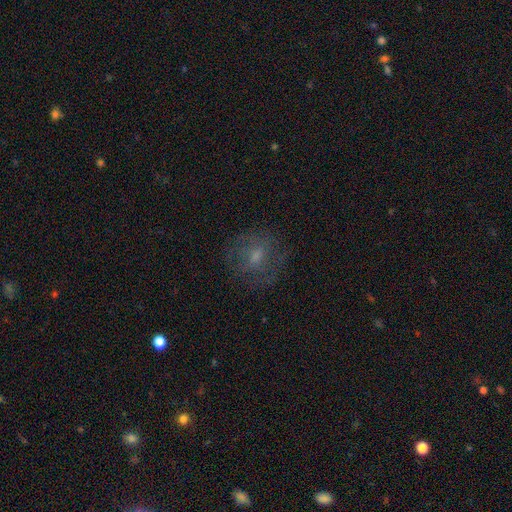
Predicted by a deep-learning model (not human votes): Overall: smooth (47%; featured or disk 39%). Merging: none (70%).